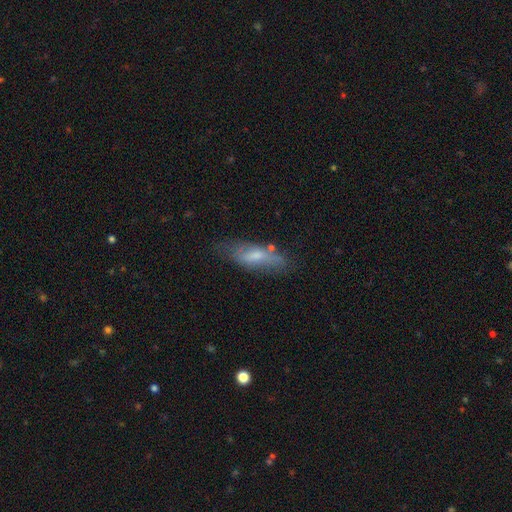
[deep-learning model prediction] The model was most divided on "how rounded": in between: 53%, cigar-shaped: 45%, round: 2%. More confident: merging — none (62%); smooth or featured — smooth (56%).